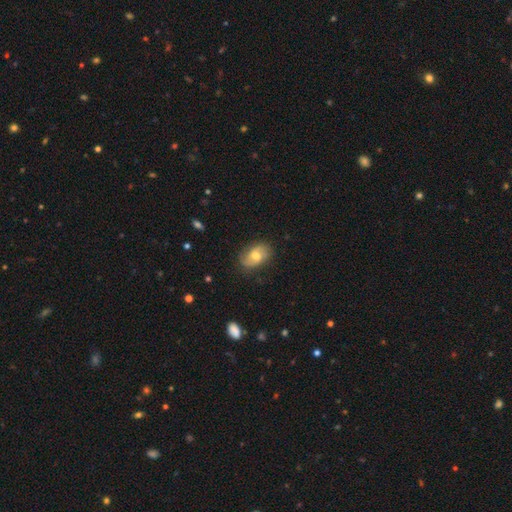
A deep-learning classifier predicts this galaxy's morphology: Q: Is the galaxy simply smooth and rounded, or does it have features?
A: featured or disk — 56%.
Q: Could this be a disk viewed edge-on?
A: no — 95%.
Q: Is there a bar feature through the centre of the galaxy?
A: no — 47%.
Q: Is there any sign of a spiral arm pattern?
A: yes — 81%.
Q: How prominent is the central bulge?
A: moderate — 72%.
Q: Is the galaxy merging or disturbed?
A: none — 78%.